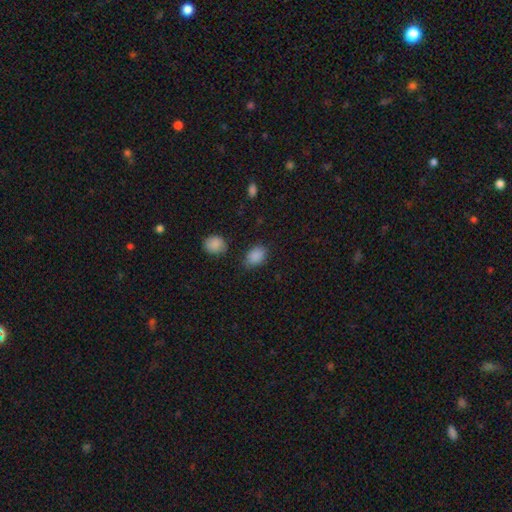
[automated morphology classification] Smooth or featured? smooth (87%)
How rounded? in between (78%)
Merging? none (72%)